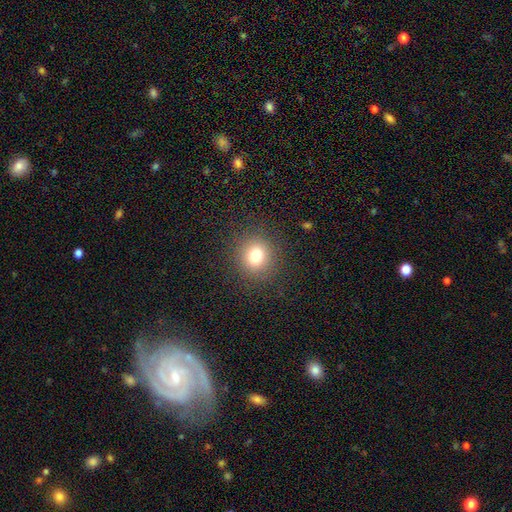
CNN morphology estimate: Smooth or featured?
  - smooth: 77% *
  - star or artifact: 14%
  - featured or disk: 9%
How rounded?
  - round: 86% *
  - in between: 13%
  - cigar-shaped: 1%
Merging?
  - none: 89% *
  - minor disturbance: 7%
  - major disturbance: 4%
  - merger: 1%